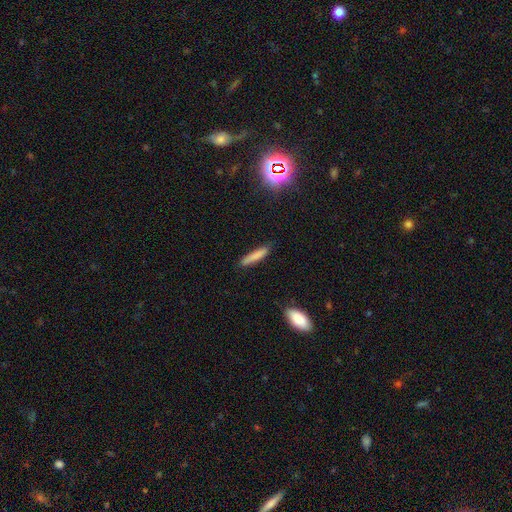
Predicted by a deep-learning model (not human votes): The model was most divided on "smooth or featured": smooth: 82%, featured or disk: 11%, star or artifact: 7%. More confident: how rounded — cigar-shaped (89%); merging — none (84%).